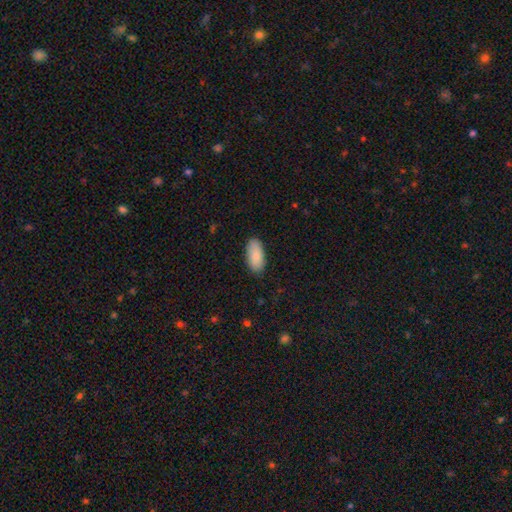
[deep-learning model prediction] Smooth or featured? smooth (86%)
How rounded? in between (92%)
Merging? none (87%)